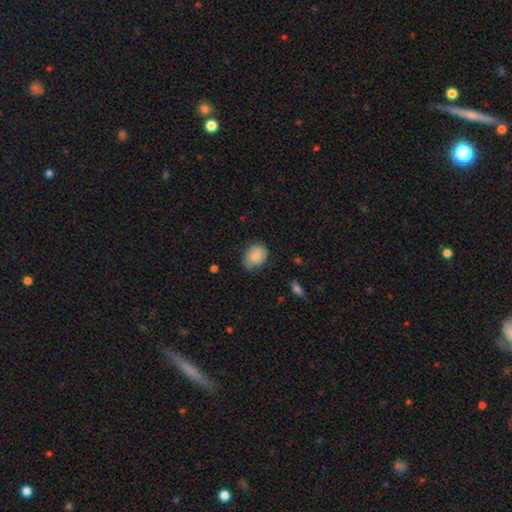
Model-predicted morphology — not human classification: This appears to be a smooth galaxy with no disk features (83%) that is in between round and cigar-shaped (60%). Merging: none (67%).